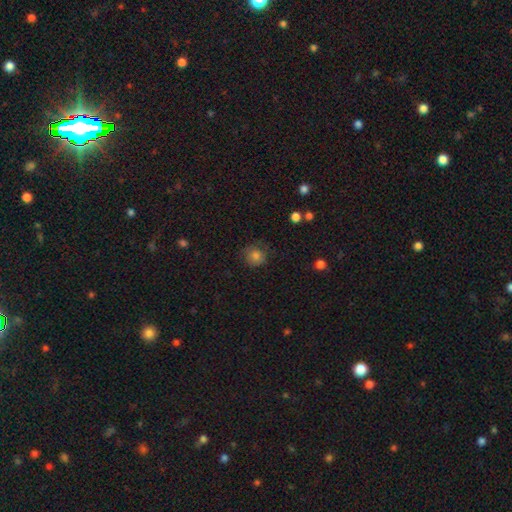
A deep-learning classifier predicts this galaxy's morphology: A smooth galaxy with no disk features (79%) that is round (85%).

Vote fractions:
- Smooth or featured? smooth: 79% / star or artifact: 11% / featured or disk: 10%
- How rounded? round: 85% / in between: 14% / cigar-shaped: 1%
- Merging? none: 70% / minor disturbance: 21% / major disturbance: 7% / merger: 1%